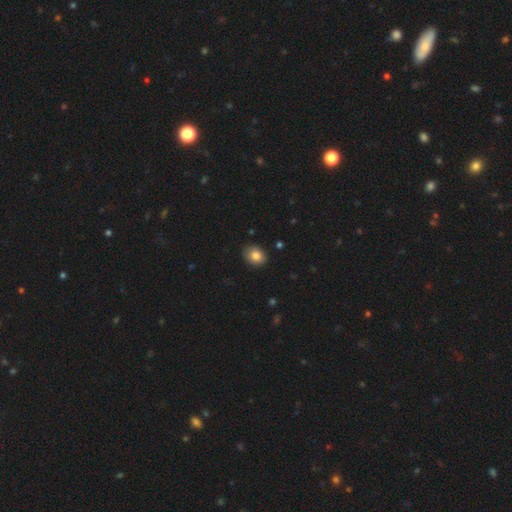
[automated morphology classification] Smooth or featured? smooth (84%)
How rounded? in between (52%)
Merging? none (86%)